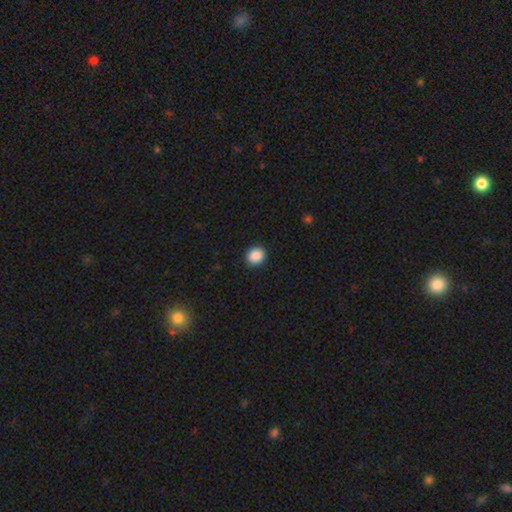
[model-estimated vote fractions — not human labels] A smooth galaxy with no disk features (88%) that is round (76%). Merging: none (90%).